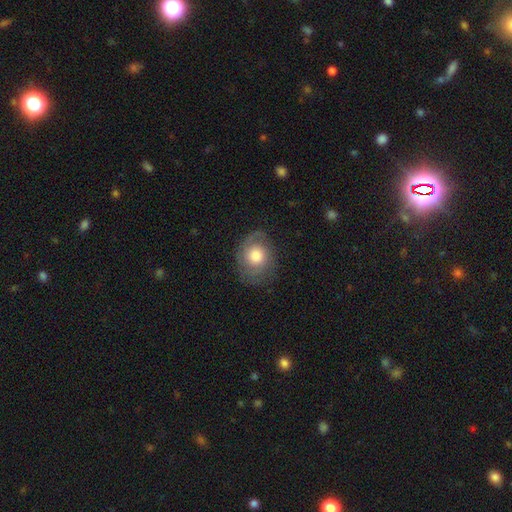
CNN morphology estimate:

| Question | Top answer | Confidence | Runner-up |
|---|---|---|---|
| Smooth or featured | smooth | 55% | featured or disk (37%) |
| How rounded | round | 58% | in between (41%) |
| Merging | none | 70% | minor disturbance (20%) |